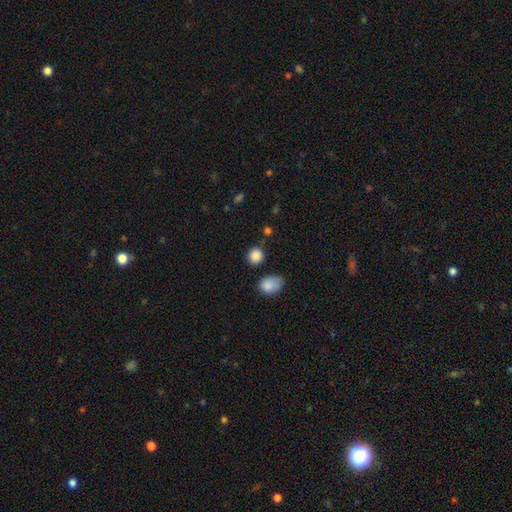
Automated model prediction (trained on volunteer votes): smooth 86%, star or artifact 10%, featured or disk 4%. Down the decision tree: how rounded — round (83%); merging — none (76%).